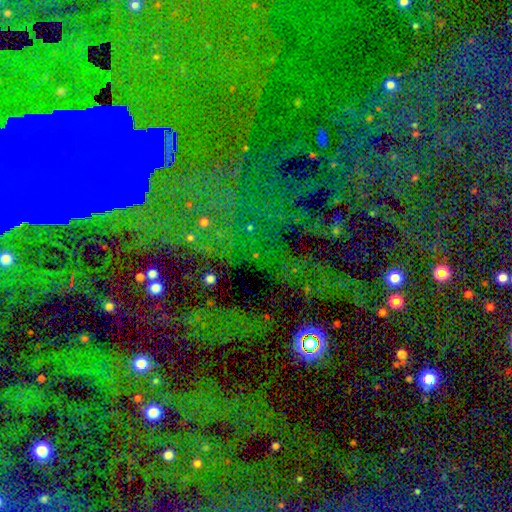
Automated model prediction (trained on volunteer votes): This appears to be a star or artifact, not a galaxy (70%).